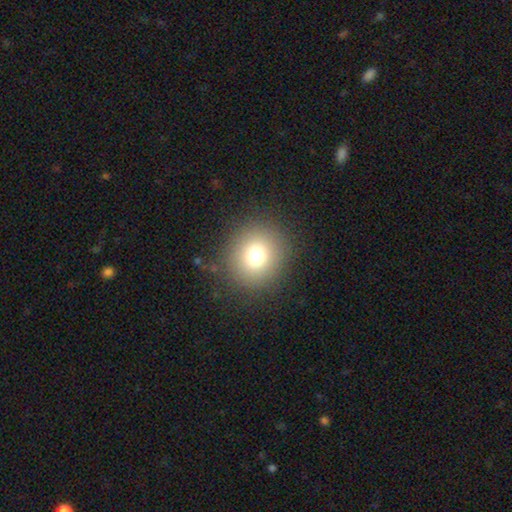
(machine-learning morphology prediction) Q: Smooth or featured?
A: smooth (74%); runner-up: star or artifact (16%)
Q: How rounded?
A: round (89%); runner-up: in between (10%)
Q: Merging?
A: none (88%); runner-up: minor disturbance (6%)